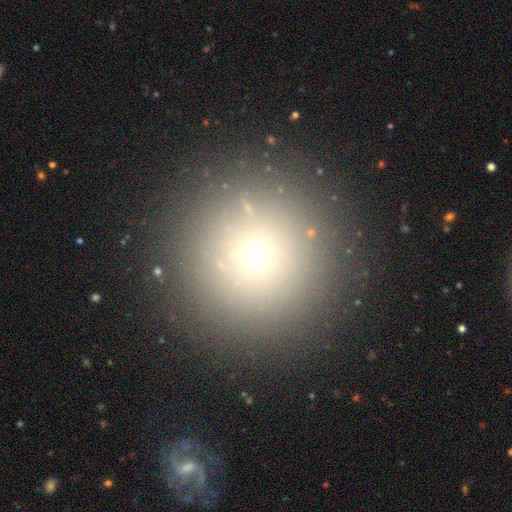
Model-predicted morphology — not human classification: Q: Smooth or featured?
A: smooth (65%); runner-up: star or artifact (23%)
Q: How rounded?
A: round (96%); runner-up: in between (3%)
Q: Merging?
A: none (89%); runner-up: minor disturbance (6%)